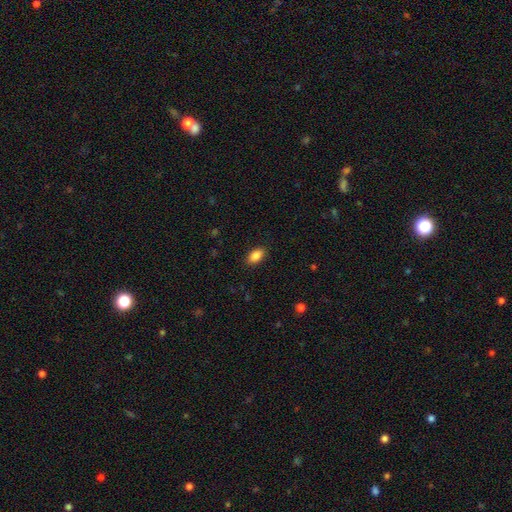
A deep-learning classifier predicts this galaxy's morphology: Smooth or featured?
  - smooth: 88% *
  - star or artifact: 8%
  - featured or disk: 4%
How rounded?
  - in between: 92% *
  - round: 6%
  - cigar-shaped: 2%
Merging?
  - none: 89% *
  - minor disturbance: 8%
  - major disturbance: 2%
  - merger: 1%